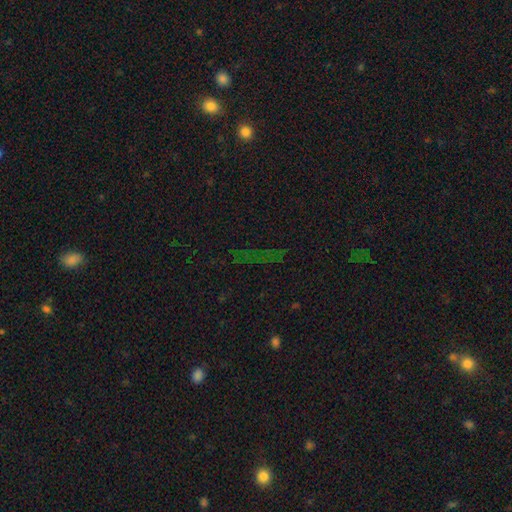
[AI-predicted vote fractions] This is likely a star or artifact rather than a galaxy (67%).